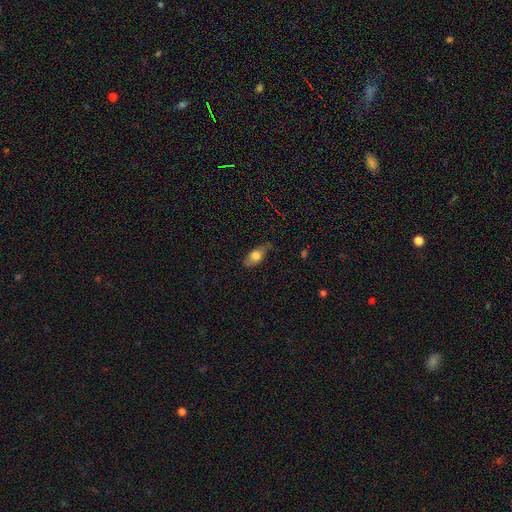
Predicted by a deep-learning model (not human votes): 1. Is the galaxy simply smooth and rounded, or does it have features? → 71% smooth, 22% featured or disk, 7% star or artifact.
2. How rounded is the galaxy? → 82% in between, 12% cigar-shaped, 6% round.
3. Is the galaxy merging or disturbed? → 70% none, 24% minor disturbance, 5% major disturbance, 1% merger.